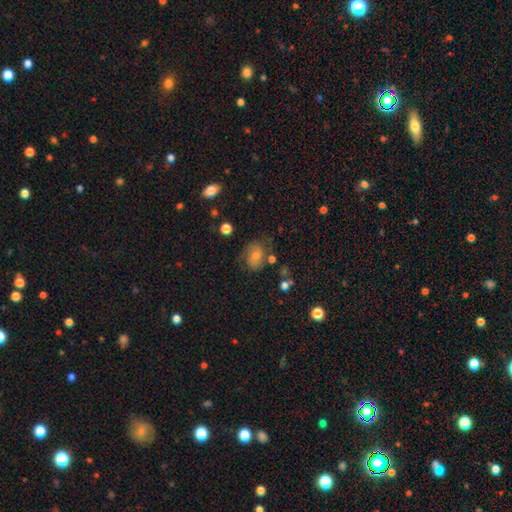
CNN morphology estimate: Smooth or featured? Predicted: featured or disk (p=0.42). Merging? Predicted: none (p=0.64).